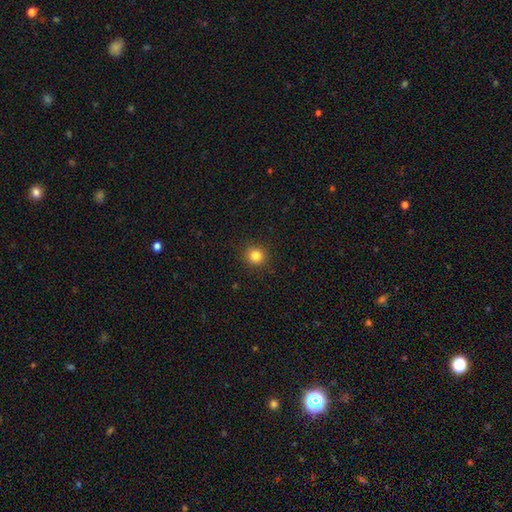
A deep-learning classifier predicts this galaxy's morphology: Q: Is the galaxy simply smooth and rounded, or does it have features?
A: smooth — 83%.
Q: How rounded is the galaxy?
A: round — 94%.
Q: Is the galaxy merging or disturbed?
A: none — 92%.